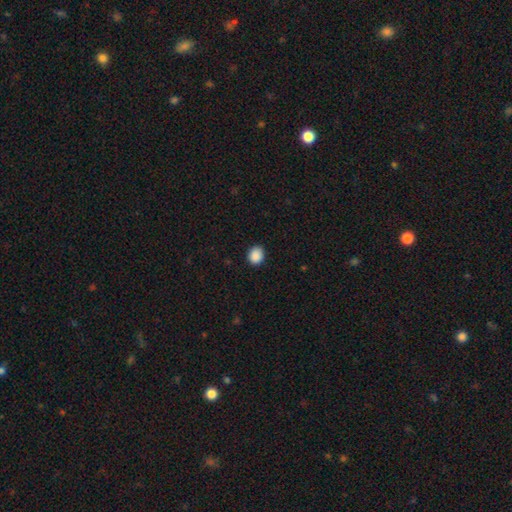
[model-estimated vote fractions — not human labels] Overall: smooth (89%). How rounded: round (68%; in between 31%). Merging: none (89%).